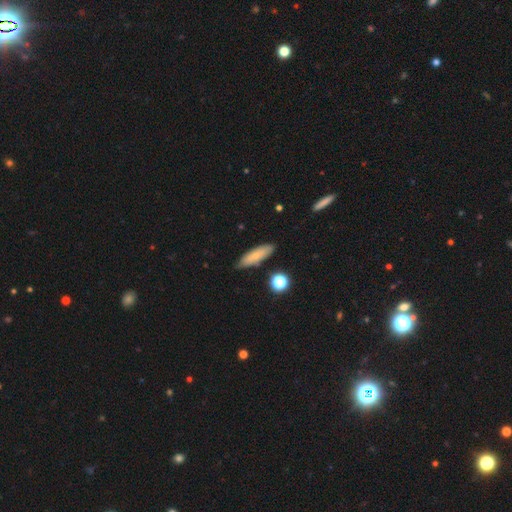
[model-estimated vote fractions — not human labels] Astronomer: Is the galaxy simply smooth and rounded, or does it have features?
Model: smooth — 72%.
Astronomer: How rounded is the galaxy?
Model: cigar-shaped — 52% (runner-up: in between, 46%).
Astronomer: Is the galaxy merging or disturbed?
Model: none — 81%.